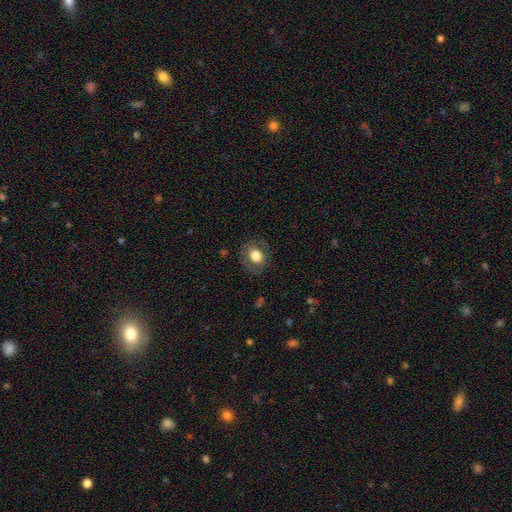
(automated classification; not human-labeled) This is likely a smooth galaxy (72%). How rounded: possibly round (52%). Merging: clearly none (80%).